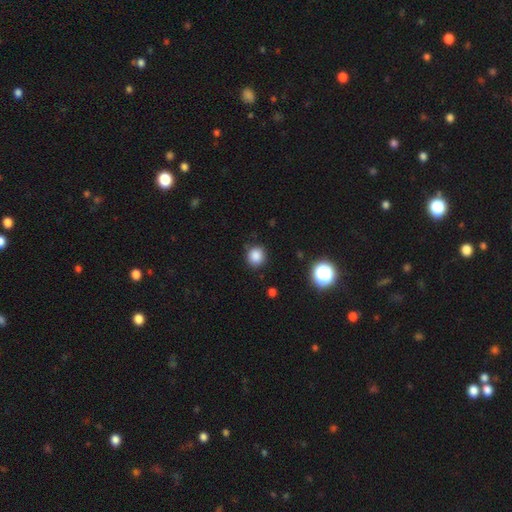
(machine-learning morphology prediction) This appears to be a smooth galaxy with no disk features (84%) that is round (86%). Merging: none (83%).